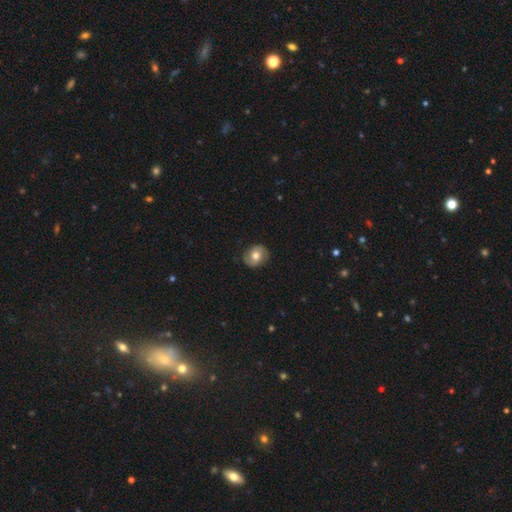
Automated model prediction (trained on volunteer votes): Smooth or featured: smooth — 53% (featured or disk — 39%)
How rounded: round — 68% (in between — 31%)
Merging: none — 84% (minor disturbance — 12%)